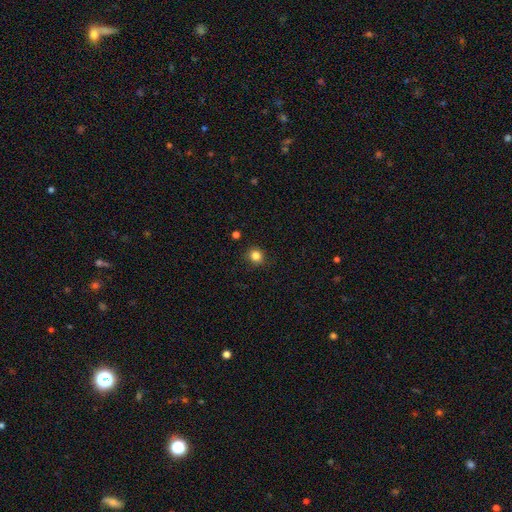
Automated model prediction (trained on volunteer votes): Smooth or featured?
  - smooth: 83% *
  - star or artifact: 12%
  - featured or disk: 4%
How rounded?
  - round: 90% *
  - in between: 9%
  - cigar-shaped: 1%
Merging?
  - none: 89% *
  - minor disturbance: 7%
  - major disturbance: 2%
  - merger: 1%